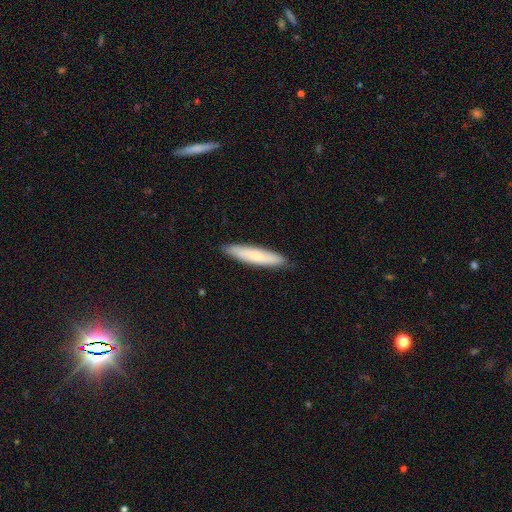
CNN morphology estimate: Smooth or featured: smooth — 68% (featured or disk — 27%)
How rounded: cigar-shaped — 87% (in between — 12%)
Merging: none — 88% (minor disturbance — 9%)